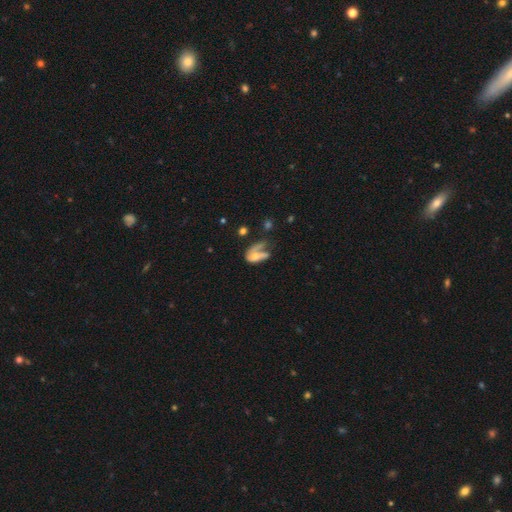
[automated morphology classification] Smooth or featured? Predicted: featured or disk (p=0.47). Merging? Predicted: major disturbance (p=0.40).